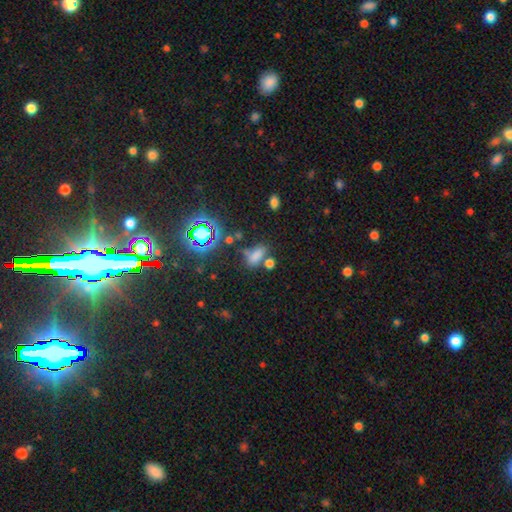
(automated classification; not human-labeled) Smooth or featured: smooth — 65% (star or artifact — 26%)
How rounded: in between — 82% (round — 10%)
Merging: none — 50% (merger — 23%)